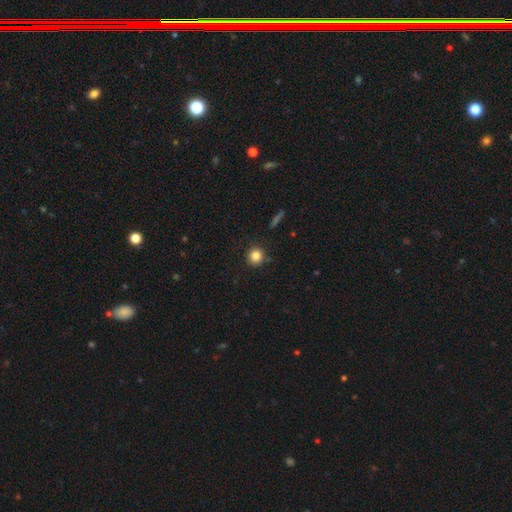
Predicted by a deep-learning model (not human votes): Overall: smooth (84%). How rounded: round (91%). Merging: none (87%).